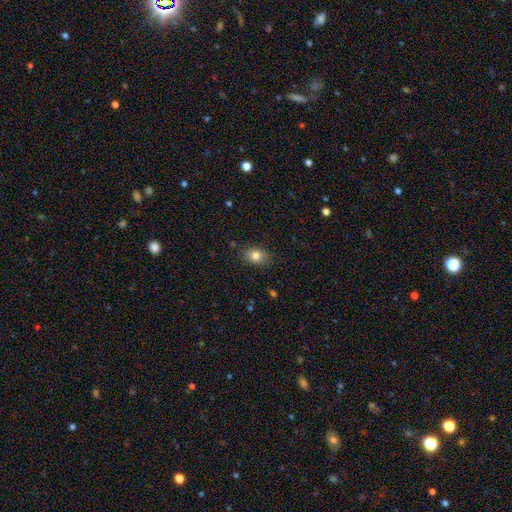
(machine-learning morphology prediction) This is clearly a smooth galaxy (82%). How rounded: likely in between (71%). Merging: clearly none (84%).